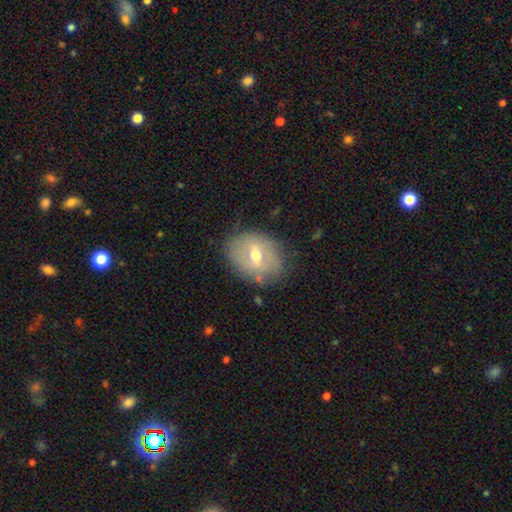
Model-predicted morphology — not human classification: Smooth or featured? Predicted: featured or disk (p=0.48). Merging? Predicted: none (p=0.75).